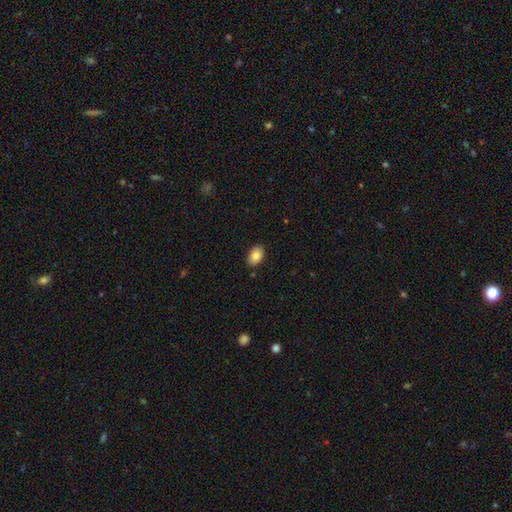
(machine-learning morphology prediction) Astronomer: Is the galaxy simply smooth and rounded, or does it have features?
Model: smooth — 85%.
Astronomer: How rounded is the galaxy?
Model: in between — 88%.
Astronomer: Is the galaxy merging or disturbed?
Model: none — 88%.